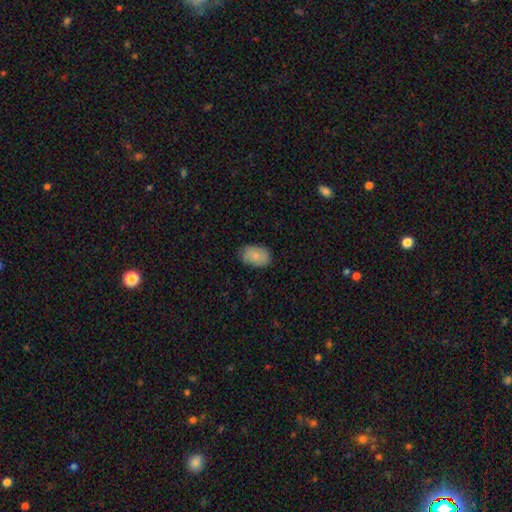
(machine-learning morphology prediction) This is clearly a smooth galaxy (84%). How rounded: clearly in between (88%). Merging: clearly none (80%).